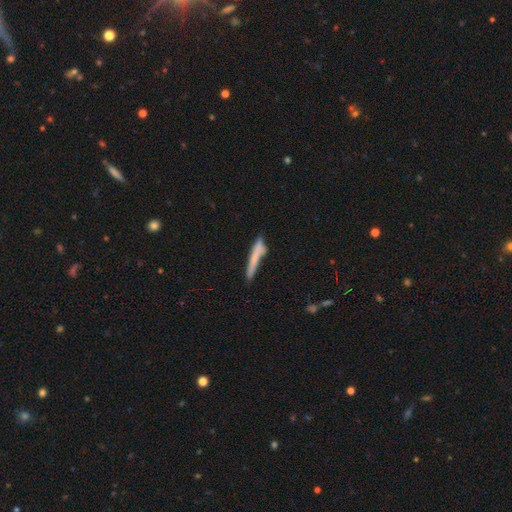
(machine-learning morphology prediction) This is likely a smooth galaxy (67%). How rounded: clearly cigar-shaped (94%). Merging: likely none (62%).